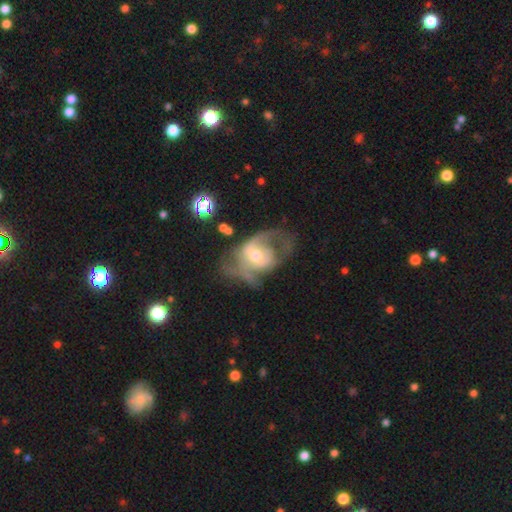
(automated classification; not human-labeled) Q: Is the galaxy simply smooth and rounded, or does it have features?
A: featured or disk — 70%.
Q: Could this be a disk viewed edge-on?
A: no — 95%.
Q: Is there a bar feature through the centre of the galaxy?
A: no — 58%.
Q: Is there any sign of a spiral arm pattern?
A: yes — 61%.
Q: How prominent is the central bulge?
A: moderate — 56%.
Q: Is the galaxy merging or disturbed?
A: major disturbance — 40%.